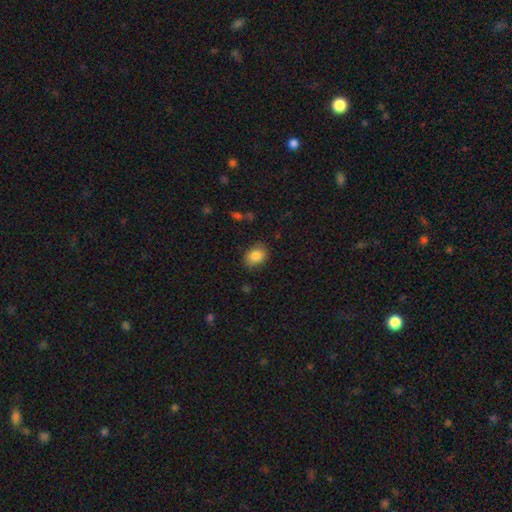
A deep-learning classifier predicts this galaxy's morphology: Smooth or featured?
  - smooth: 85% *
  - star or artifact: 8%
  - featured or disk: 6%
How rounded?
  - in between: 60% *
  - round: 39%
  - cigar-shaped: 1%
Merging?
  - none: 82% *
  - minor disturbance: 13%
  - major disturbance: 3%
  - merger: 1%